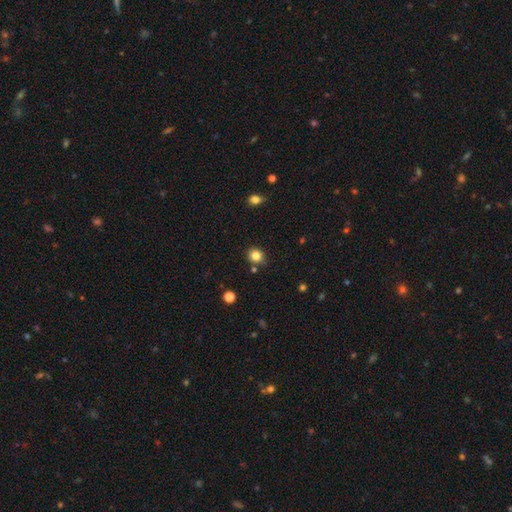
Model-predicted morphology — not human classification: Smooth or featured?
  - smooth: 82% *
  - star or artifact: 12%
  - featured or disk: 6%
How rounded?
  - round: 80% *
  - in between: 19%
  - cigar-shaped: 1%
Merging?
  - none: 80% *
  - minor disturbance: 12%
  - merger: 5%
  - major disturbance: 3%